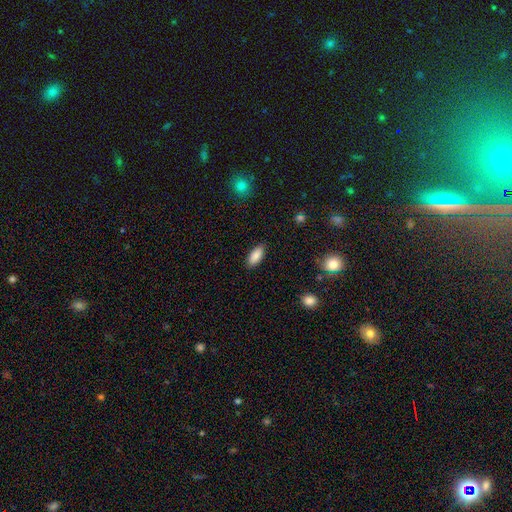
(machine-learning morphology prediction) smooth 88%, star or artifact 7%, featured or disk 5%. Down the decision tree: how rounded — in between (87%); merging — none (88%).